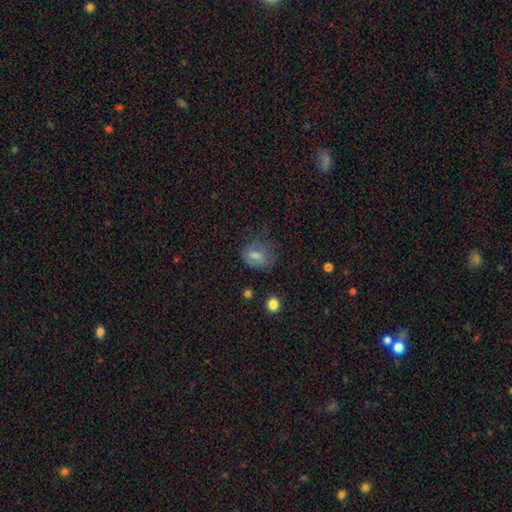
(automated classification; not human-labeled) smooth_or_featured: smooth (p=0.63) [alt: featured or disk p=0.21]
how_rounded: in between (p=0.50) [alt: round p=0.48]
merging: none (p=0.58) [alt: minor disturbance p=0.25]